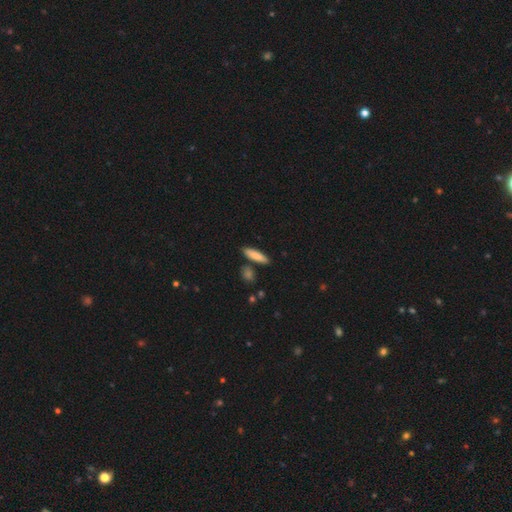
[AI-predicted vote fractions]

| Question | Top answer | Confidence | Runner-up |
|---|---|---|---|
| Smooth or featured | smooth | 83% | featured or disk (11%) |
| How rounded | cigar-shaped | 70% | in between (28%) |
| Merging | none | 83% | minor disturbance (10%) |